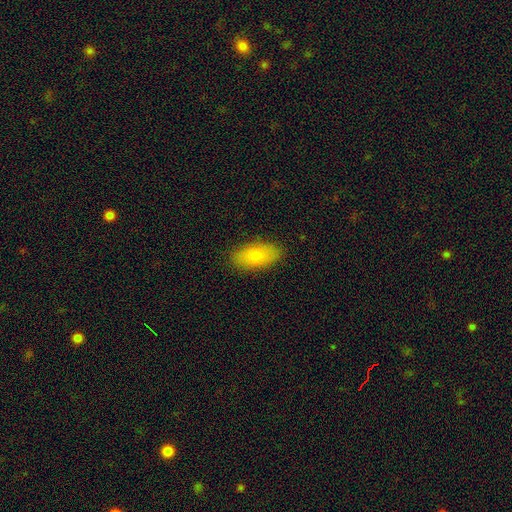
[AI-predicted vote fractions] Smooth or featured? smooth (76%)
How rounded? in between (91%)
Merging? none (87%)